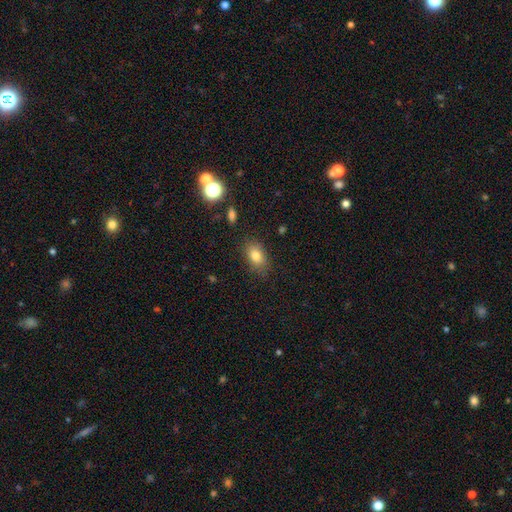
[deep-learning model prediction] Overall: smooth (81%). How rounded: in between (83%). Merging: none (82%).